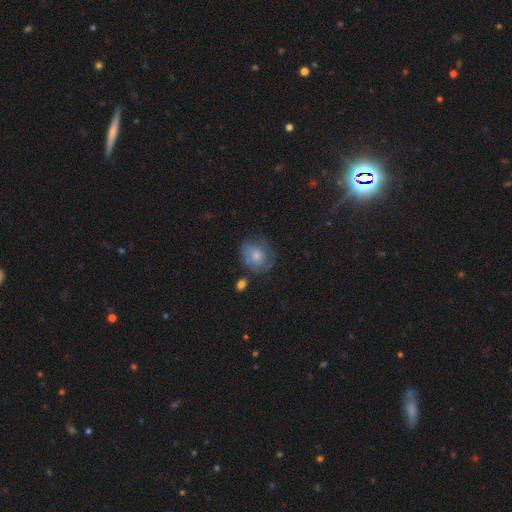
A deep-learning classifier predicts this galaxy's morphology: Smooth or featured?
  - smooth: 54% *
  - featured or disk: 38%
  - star or artifact: 8%
How rounded?
  - round: 66% *
  - in between: 33%
  - cigar-shaped: 1%
Merging?
  - none: 53% *
  - minor disturbance: 27%
  - major disturbance: 15%
  - merger: 5%